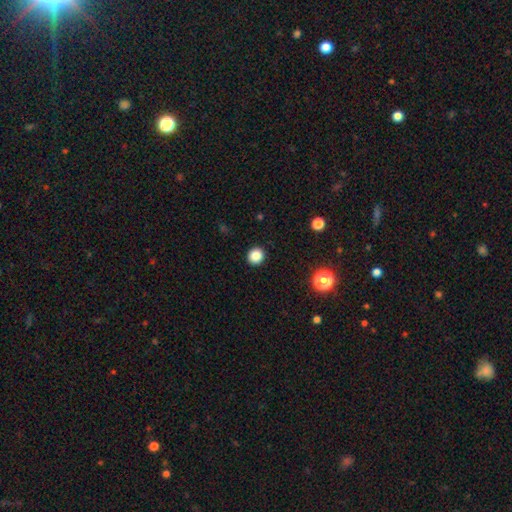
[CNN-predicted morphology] Smooth or featured: smooth — 85% (star or artifact — 11%)
How rounded: round — 93% (in between — 6%)
Merging: none — 93% (minor disturbance — 4%)